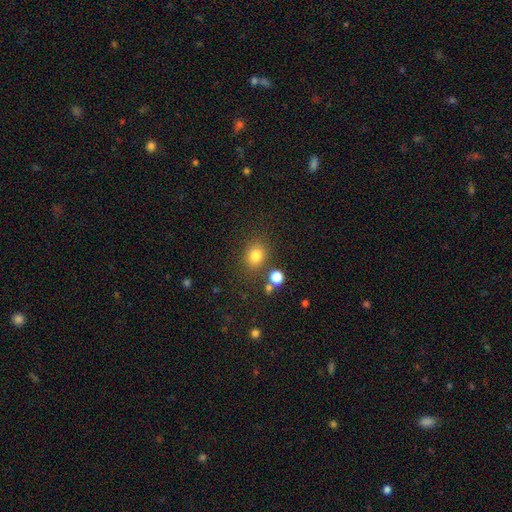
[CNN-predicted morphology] type=smooth (80%); roundness=round (68%); merging=none (78%).